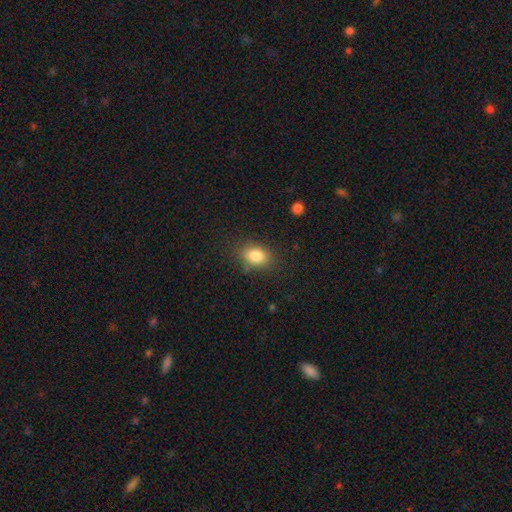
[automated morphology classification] A smooth galaxy with no disk features (83%) that is in between round and cigar-shaped (73%).

Vote fractions:
- Smooth or featured? smooth: 83% / star or artifact: 10% / featured or disk: 7%
- How rounded? in between: 73% / round: 26% / cigar-shaped: 1%
- Merging? none: 81% / minor disturbance: 13% / major disturbance: 4% / merger: 2%